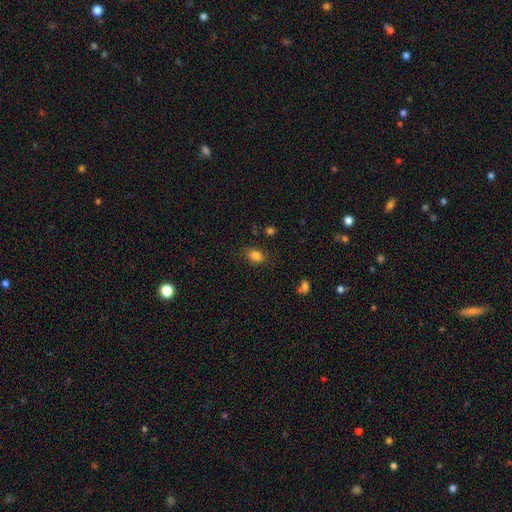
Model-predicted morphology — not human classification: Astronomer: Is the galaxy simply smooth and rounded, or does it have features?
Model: smooth — 83%.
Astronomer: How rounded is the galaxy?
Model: in between — 77%.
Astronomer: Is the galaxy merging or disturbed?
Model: none — 81%.